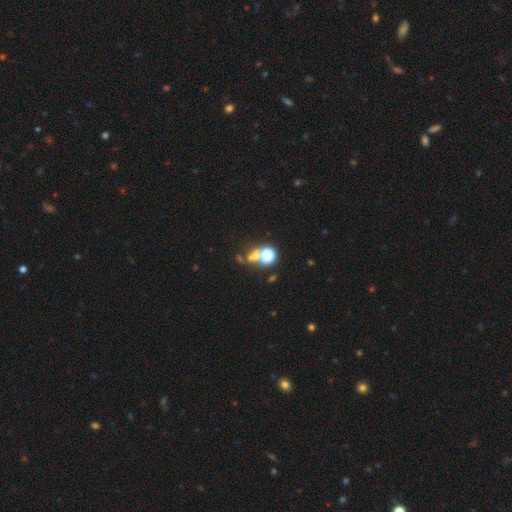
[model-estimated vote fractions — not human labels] star or artifact 51%, smooth 35%, featured or disk 14%.